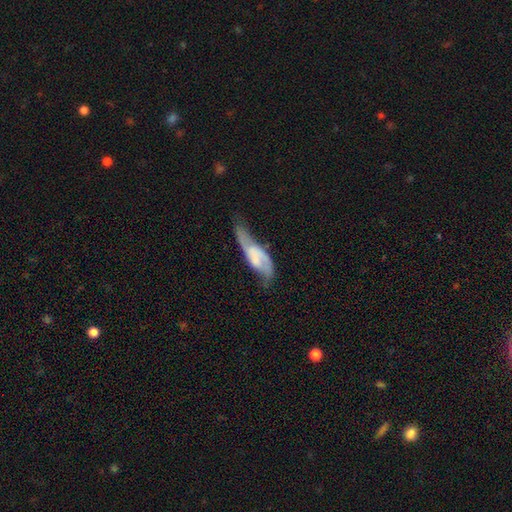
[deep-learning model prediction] A featured or disk galaxy (58%).

Vote fractions:
- Smooth or featured? featured or disk: 58% / smooth: 35% / star or artifact: 7%
- Edge-on disk? no: 82% / yes: 18%
- Merging? major disturbance: 32% / none: 31% / minor disturbance: 31% / merger: 6%